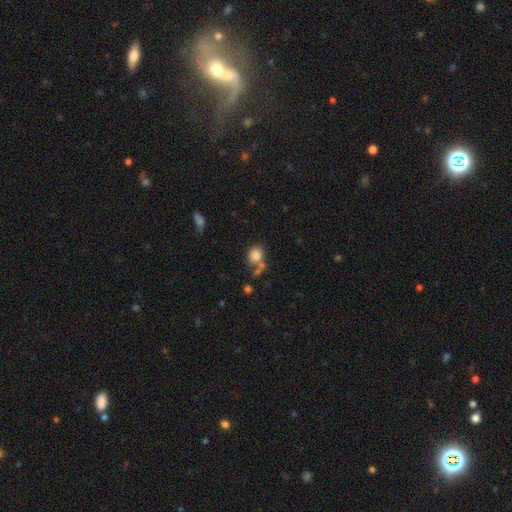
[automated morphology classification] smooth-or-featured: smooth: 82% | star or artifact: 10% | featured or disk: 8%
  how-rounded: round: 71% | in between: 28% | cigar-shaped: 1%
  merging: none: 55% | merger: 24% | minor disturbance: 14% | major disturbance: 7%